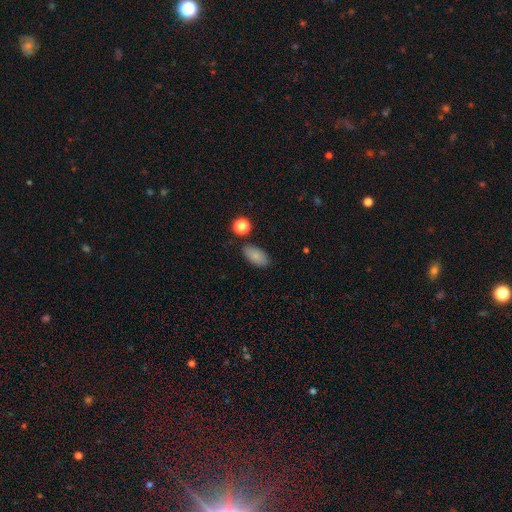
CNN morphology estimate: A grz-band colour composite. It shows a smooth galaxy with no disk features (84%) that is in between round and cigar-shaped (91%). Merging: none (83%).